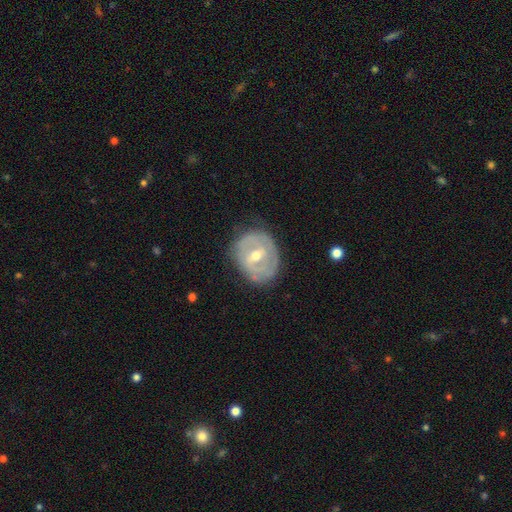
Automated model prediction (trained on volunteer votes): featured or disk 72%, smooth 23%, star or artifact 6%. Down the decision tree: edge-on disk — no (96%); bar — weak (51%); spiral arms — yes (57%); bulge size — moderate (67%); merging — none (71%).